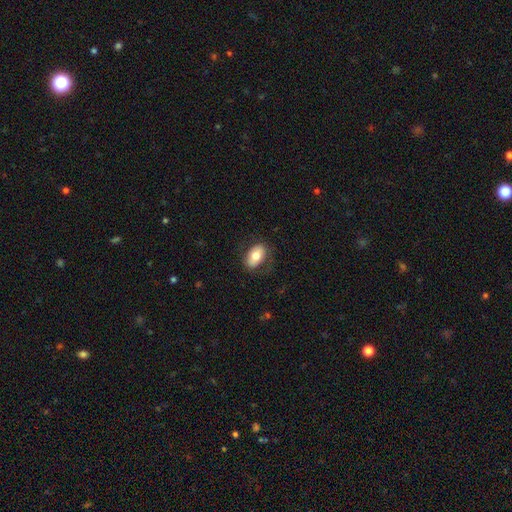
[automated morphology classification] Smooth or featured? Predicted: smooth (p=0.71). How rounded? Predicted: in between (p=0.91). Merging? Predicted: none (p=0.78).